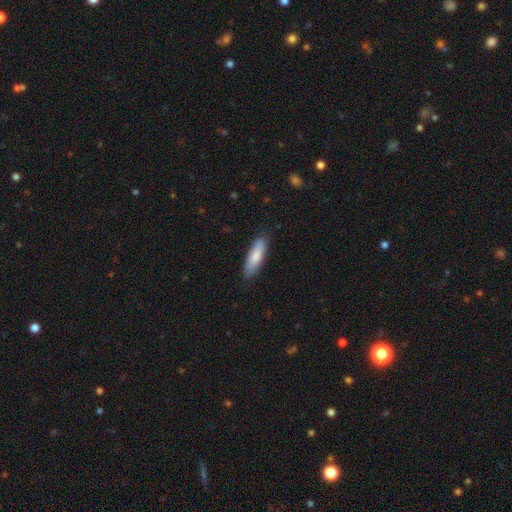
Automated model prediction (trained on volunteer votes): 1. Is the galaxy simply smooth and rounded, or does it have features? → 83% smooth, 12% featured or disk, 5% star or artifact.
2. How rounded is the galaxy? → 54% cigar-shaped, 45% in between, 1% round.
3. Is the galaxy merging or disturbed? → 85% none, 12% minor disturbance, 2% major disturbance, 1% merger.